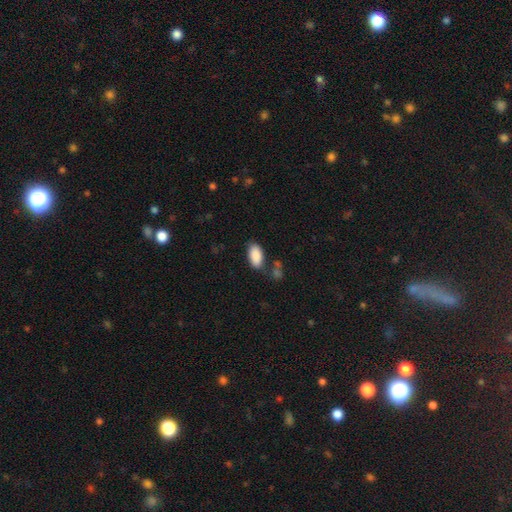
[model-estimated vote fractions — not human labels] smooth 89%, star or artifact 7%, featured or disk 4%. Down the decision tree: how rounded — in between (95%); merging — none (71%).